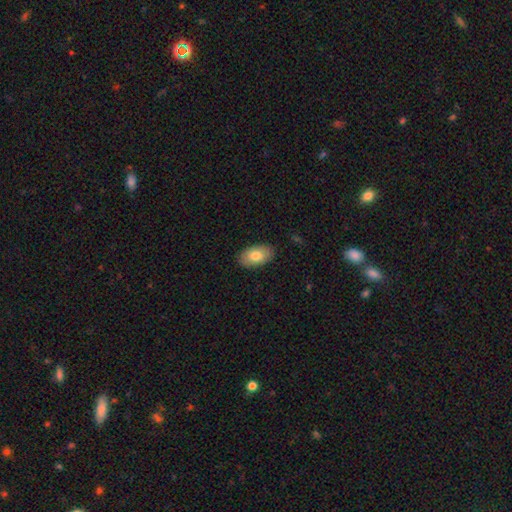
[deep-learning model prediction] Morphology: type=smooth (79%); roundness=in between (94%); merging=none (88%).